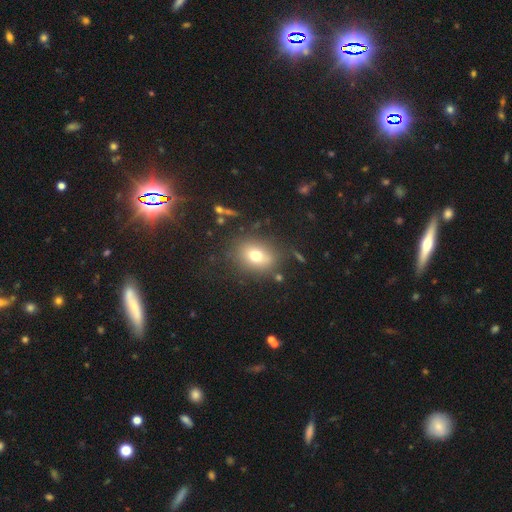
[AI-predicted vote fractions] smooth_or_featured: smooth (p=0.72) [alt: featured or disk p=0.15]
how_rounded: in between (p=0.51) [alt: round p=0.48]
merging: none (p=0.80) [alt: minor disturbance p=0.12]